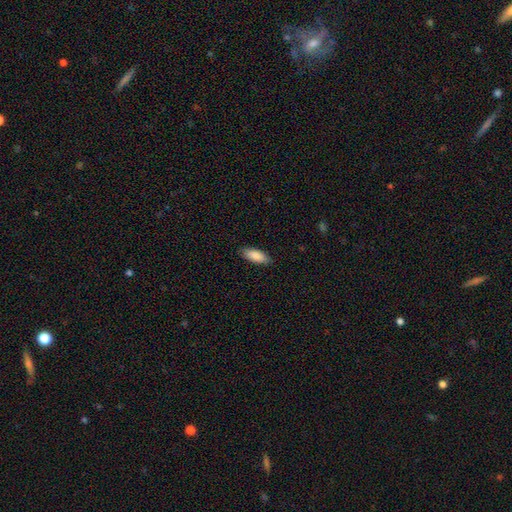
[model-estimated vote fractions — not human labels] The model was most divided on "how rounded": in between: 76%, cigar-shaped: 23%, round: 2%. More confident: merging — none (87%); smooth or featured — smooth (86%).